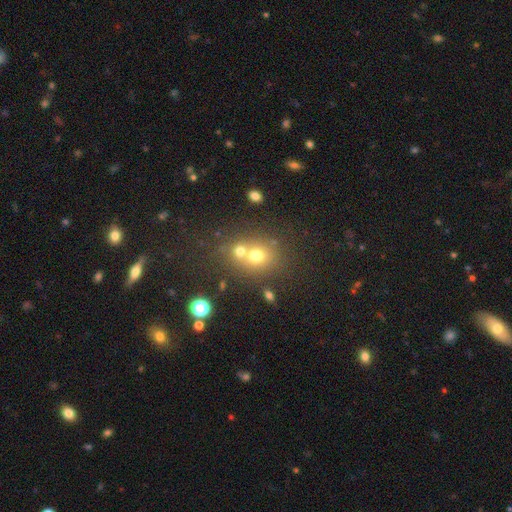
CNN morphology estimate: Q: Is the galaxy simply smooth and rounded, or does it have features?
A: smooth — 68%.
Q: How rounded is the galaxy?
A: round — 73%.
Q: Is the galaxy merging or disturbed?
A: merger — 48%.